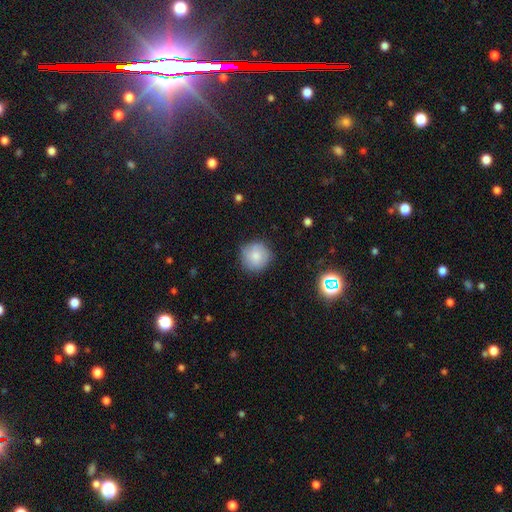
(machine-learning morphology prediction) This is clearly a smooth galaxy (81%). How rounded: clearly round (93%). Merging: clearly none (81%).